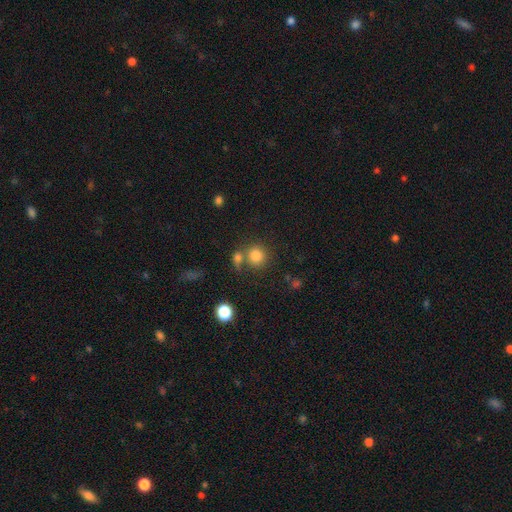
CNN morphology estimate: Overall: smooth (81%). How rounded: round (88%). Merging: none (59%; merger 27%).